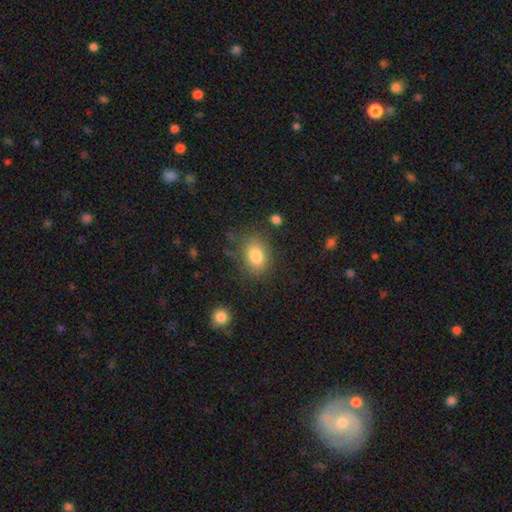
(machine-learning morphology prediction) Overall: smooth (83%). How rounded: in between (75%). Merging: none (74%).